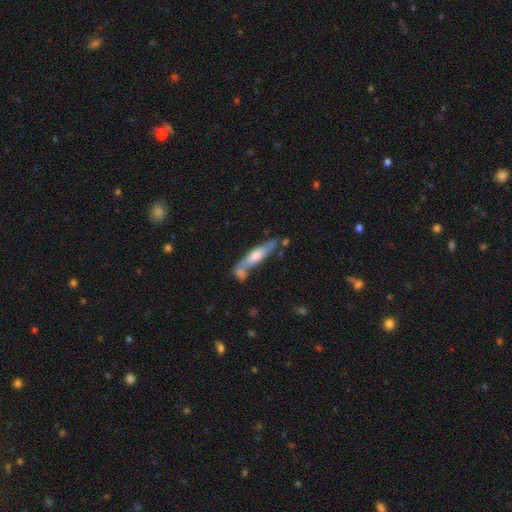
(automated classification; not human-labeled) smooth_or_featured: featured or disk (p=0.54) [alt: smooth p=0.40]
disk_edge_on: yes (p=0.77) [alt: no p=0.23]
merging: none (p=0.57) [alt: merger p=0.23]